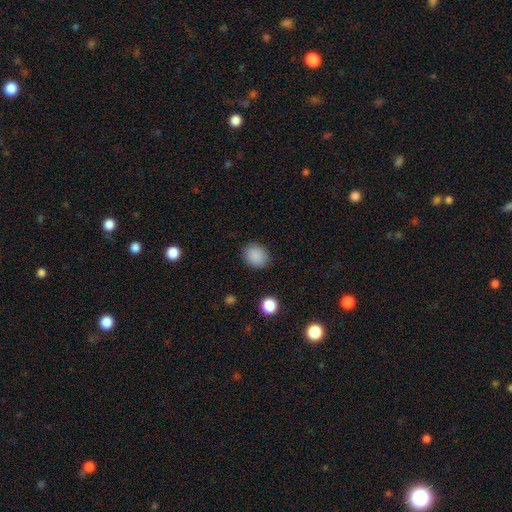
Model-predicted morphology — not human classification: Smooth or featured: smooth — 87% (star or artifact — 9%)
How rounded: round — 62% (in between — 37%)
Merging: none — 86% (minor disturbance — 10%)